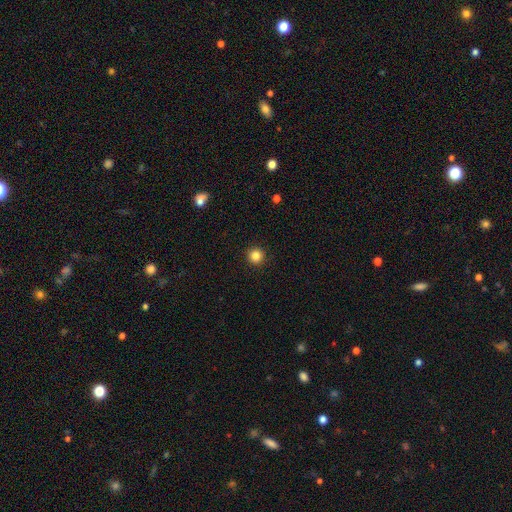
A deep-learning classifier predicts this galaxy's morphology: Q: Smooth or featured?
A: smooth (84%); runner-up: star or artifact (11%)
Q: How rounded?
A: round (96%); runner-up: in between (3%)
Q: Merging?
A: none (93%); runner-up: minor disturbance (4%)